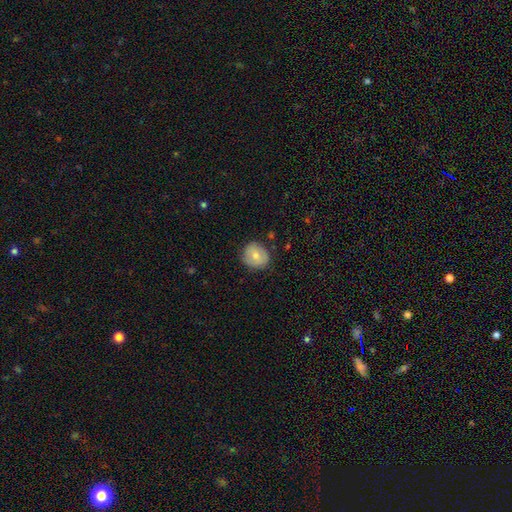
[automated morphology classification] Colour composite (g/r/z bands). It shows a smooth galaxy with no disk features (74%) that is round (81%). Merging: none (81%).